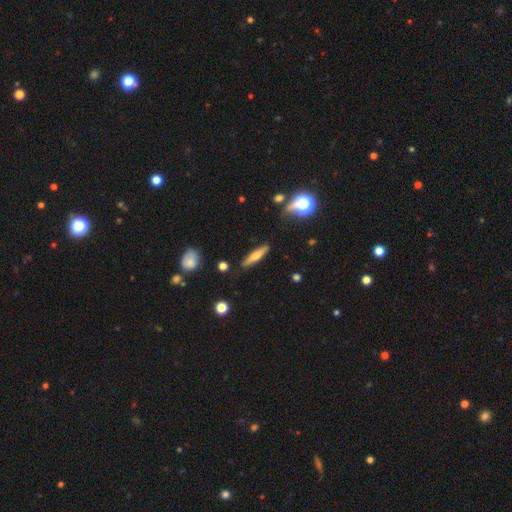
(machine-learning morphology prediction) Smooth or featured? Predicted: smooth (p=0.52). How rounded? Predicted: cigar-shaped (p=0.81). Merging? Predicted: none (p=0.85).